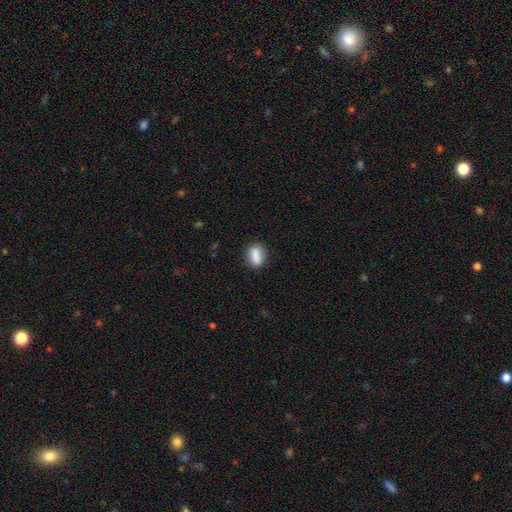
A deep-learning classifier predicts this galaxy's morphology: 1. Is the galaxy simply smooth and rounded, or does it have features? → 84% smooth, 9% featured or disk, 8% star or artifact.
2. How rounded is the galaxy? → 72% in between, 20% round, 9% cigar-shaped.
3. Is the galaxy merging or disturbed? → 80% none, 14% minor disturbance, 3% major disturbance, 2% merger.